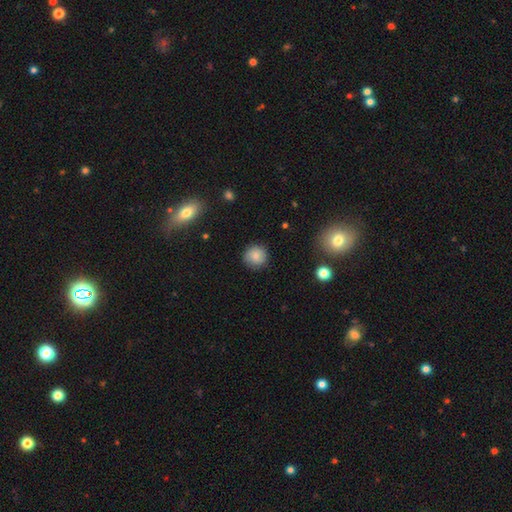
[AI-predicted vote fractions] Q: Smooth or featured?
A: smooth (80%); runner-up: star or artifact (10%)
Q: How rounded?
A: round (92%); runner-up: in between (7%)
Q: Merging?
A: none (86%); runner-up: minor disturbance (10%)